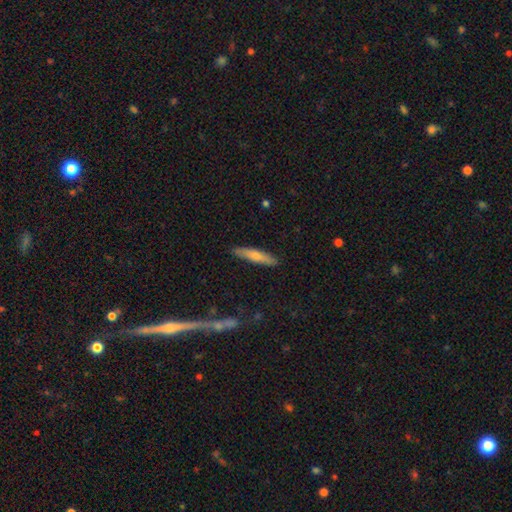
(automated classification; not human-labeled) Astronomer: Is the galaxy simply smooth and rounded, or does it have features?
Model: smooth — 69%.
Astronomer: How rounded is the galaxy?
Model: cigar-shaped — 86%.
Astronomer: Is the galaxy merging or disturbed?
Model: none — 89%.